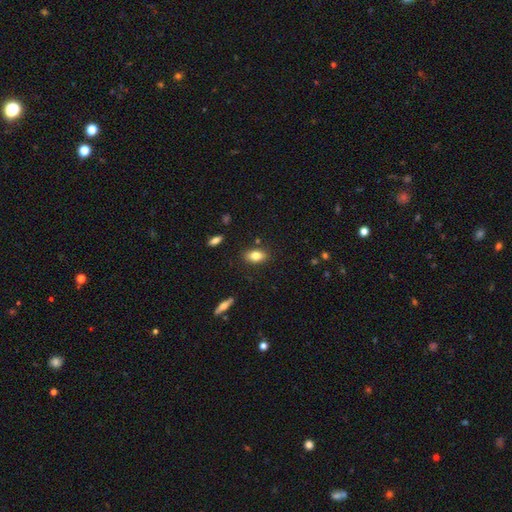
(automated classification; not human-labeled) The model was most divided on "smooth or featured": smooth: 79%, featured or disk: 12%, star or artifact: 8%. More confident: how rounded — in between (87%); merging — none (85%).